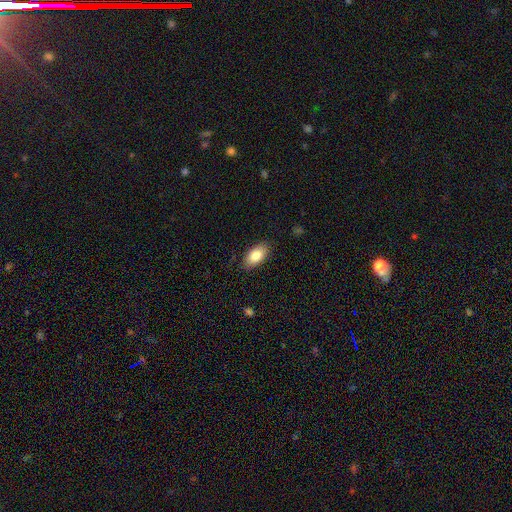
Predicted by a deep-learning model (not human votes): This is clearly a smooth galaxy (82%). How rounded: clearly in between (93%). Merging: clearly none (86%).